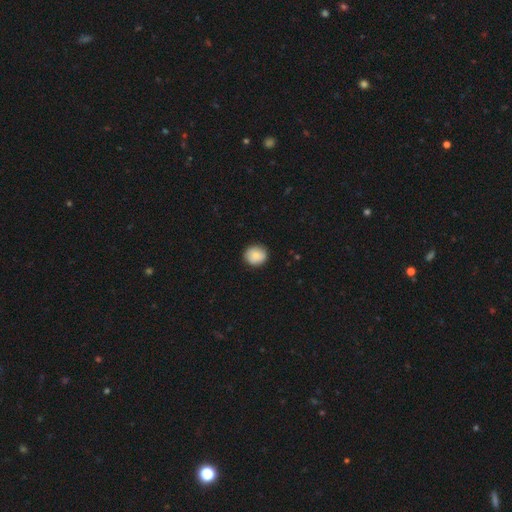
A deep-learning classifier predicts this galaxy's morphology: A smooth galaxy with no disk features (85%) that is round (86%). Merging: none (89%).